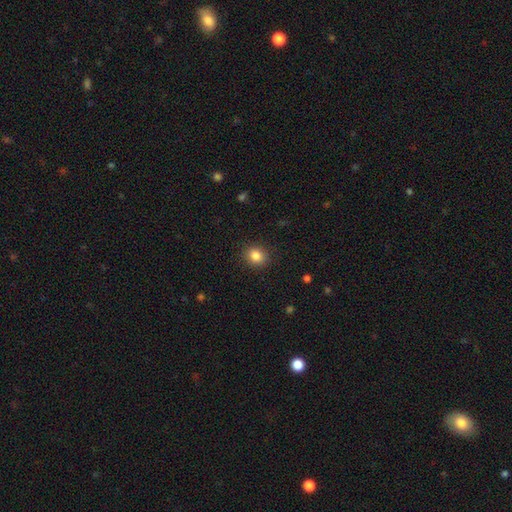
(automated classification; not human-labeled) smooth-or-featured: smooth: 84% | star or artifact: 10% | featured or disk: 5%
  how-rounded: round: 71% | in between: 28% | cigar-shaped: 1%
  merging: none: 89% | minor disturbance: 7% | major disturbance: 2% | merger: 1%